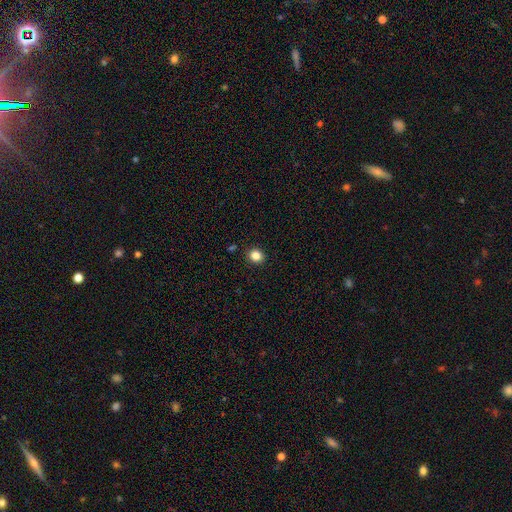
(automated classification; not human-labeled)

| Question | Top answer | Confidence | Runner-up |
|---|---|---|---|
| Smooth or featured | smooth | 84% | star or artifact (11%) |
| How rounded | round | 74% | in between (25%) |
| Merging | none | 91% | minor disturbance (6%) |